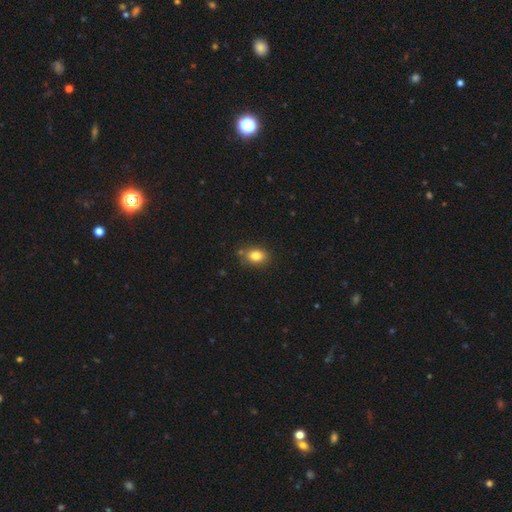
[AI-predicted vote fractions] smooth_or_featured: smooth (p=0.82) [alt: star or artifact p=0.10]
how_rounded: in between (p=0.67) [alt: round p=0.32]
merging: none (p=0.78) [alt: minor disturbance p=0.14]